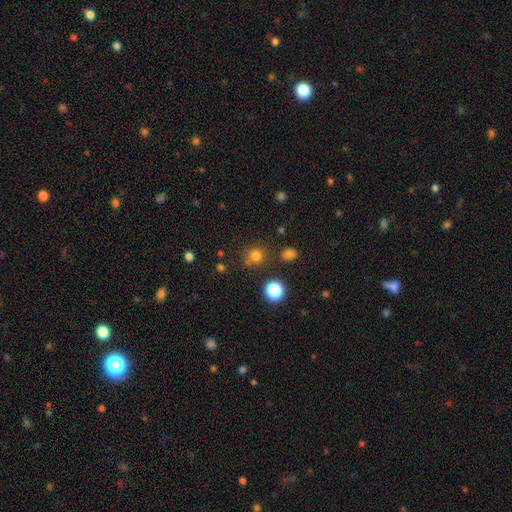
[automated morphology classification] The model was most divided on "smooth or featured": smooth: 74%, star or artifact: 20%, featured or disk: 6%. More confident: how rounded — round (91%); merging — none (79%).